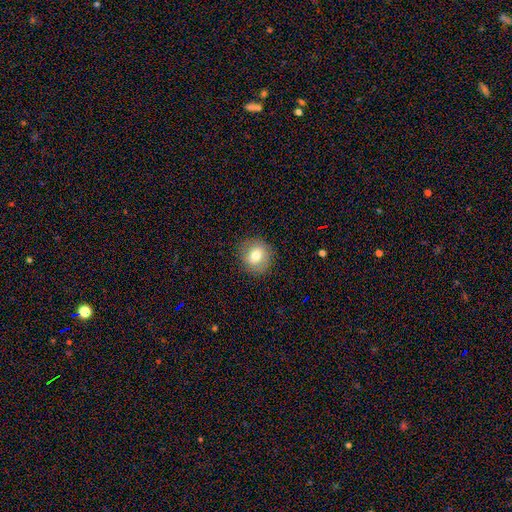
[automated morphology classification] Overall: smooth (74%). How rounded: round (86%). Merging: none (87%).